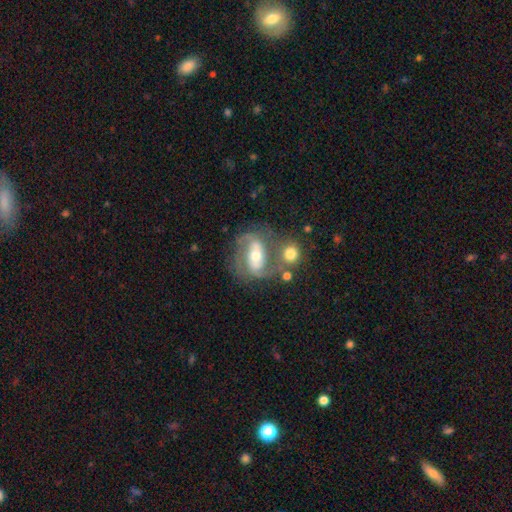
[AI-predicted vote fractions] Q: Smooth or featured?
A: featured or disk (79%); runner-up: smooth (14%)
Q: Edge-on disk?
A: no (96%); runner-up: yes (4%)
Q: Bar?
A: weak (35%); runner-up: strong (34%)
Q: Spiral arms?
A: yes (90%); runner-up: no (10%)
Q: Spiral winding?
A: medium (52%); runner-up: loose (25%)
Q: Spiral arm count?
A: 2 (86%); runner-up: can't tell (7%)
Q: Bulge size?
A: moderate (67%); runner-up: small (23%)
Q: Merging?
A: none (44%); runner-up: merger (28%)